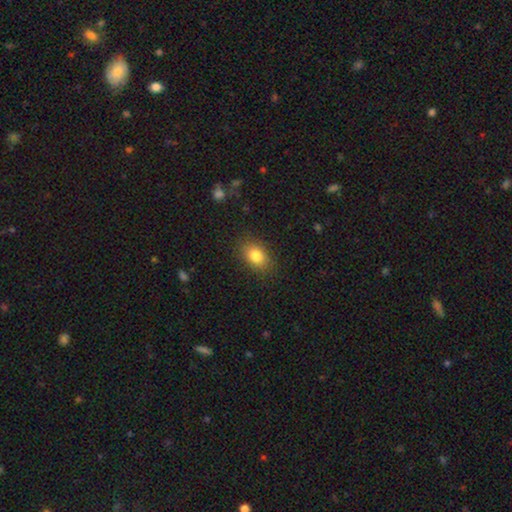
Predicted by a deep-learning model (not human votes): The model was most divided on "how rounded": in between: 79%, round: 19%, cigar-shaped: 2%. More confident: merging — none (85%); smooth or featured — smooth (82%).